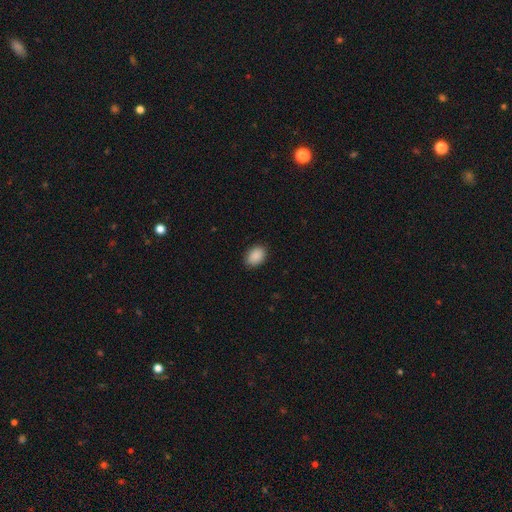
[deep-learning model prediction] A smooth galaxy with no disk features (90%) that is in between round and cigar-shaped (79%). Merging: none (87%).